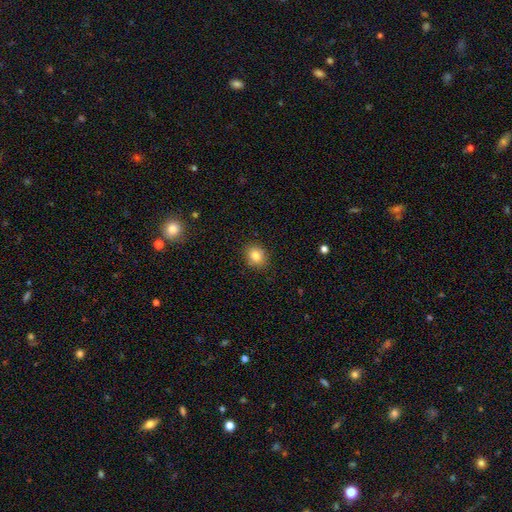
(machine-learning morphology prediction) type=smooth (82%); roundness=round (63%); merging=none (89%).